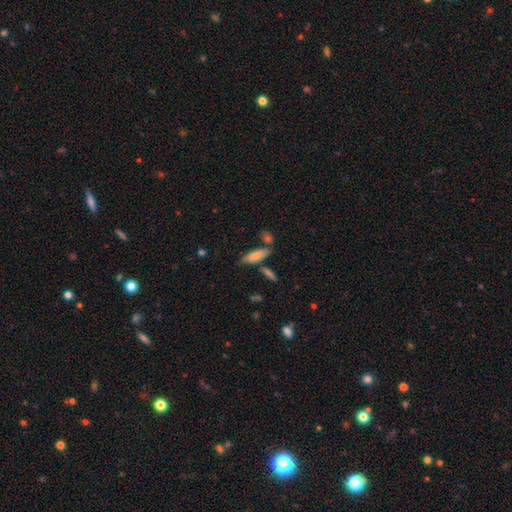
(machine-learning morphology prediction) smooth_or_featured: smooth (p=0.72) [alt: featured or disk p=0.20]
how_rounded: in between (p=0.65) [alt: cigar-shaped p=0.32]
merging: none (p=0.59) [alt: minor disturbance p=0.20]